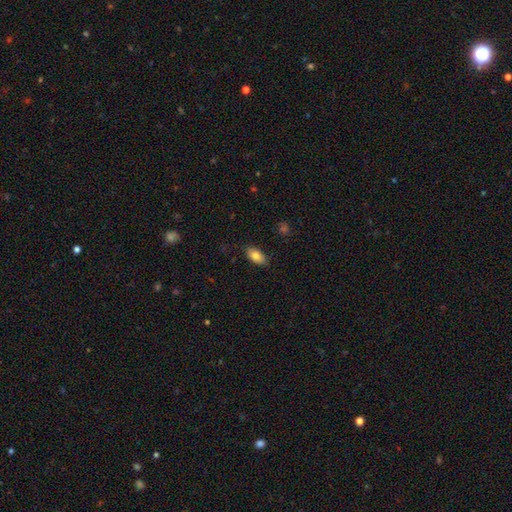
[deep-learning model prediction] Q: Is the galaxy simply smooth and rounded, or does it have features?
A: smooth — 81%.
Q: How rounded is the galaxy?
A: in between — 92%.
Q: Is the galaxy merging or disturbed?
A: none — 85%.